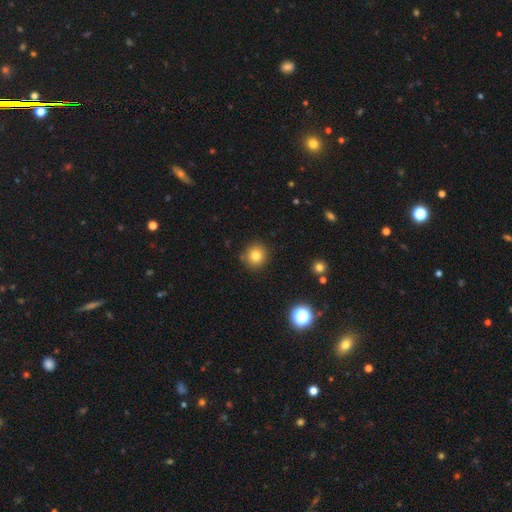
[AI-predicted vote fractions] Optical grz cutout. It shows a smooth galaxy with no disk features (79%) that is round (92%). Merging: none (89%).